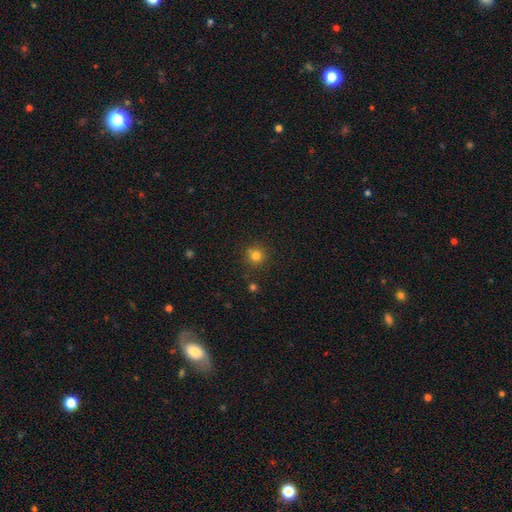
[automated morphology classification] smooth_or_featured: smooth (p=0.79) [alt: star or artifact p=0.15]
how_rounded: round (p=0.92) [alt: in between p=0.07]
merging: none (p=0.83) [alt: minor disturbance p=0.10]